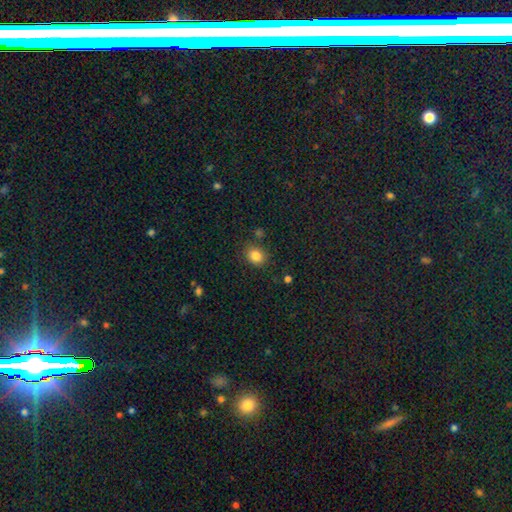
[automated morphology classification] This is clearly a smooth galaxy (83%). How rounded: likely round (62%). Merging: clearly none (81%).